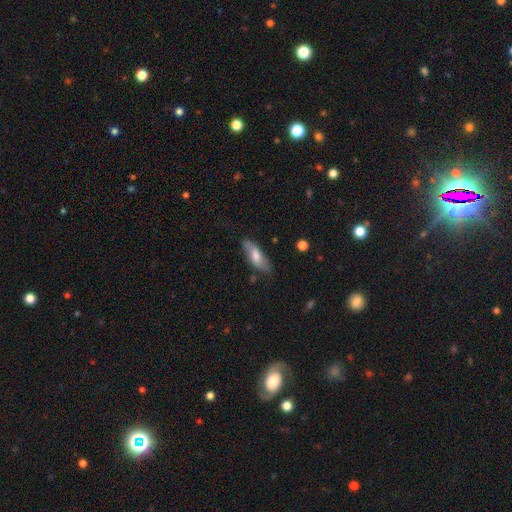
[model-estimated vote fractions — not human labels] Smooth or featured? smooth (65%)
How rounded? in between (63%)
Merging? none (74%)